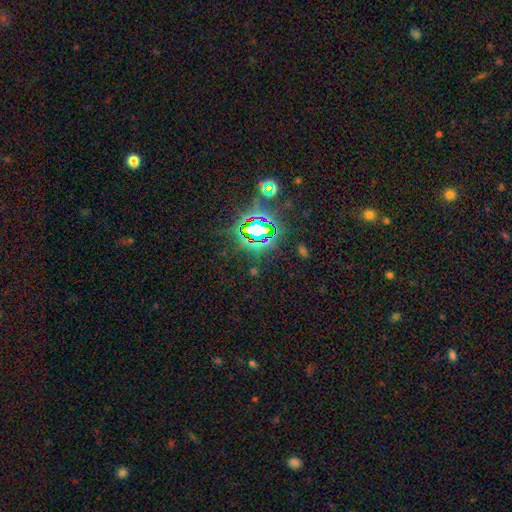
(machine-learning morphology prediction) This appears to be a star or artifact, not a galaxy (82%).